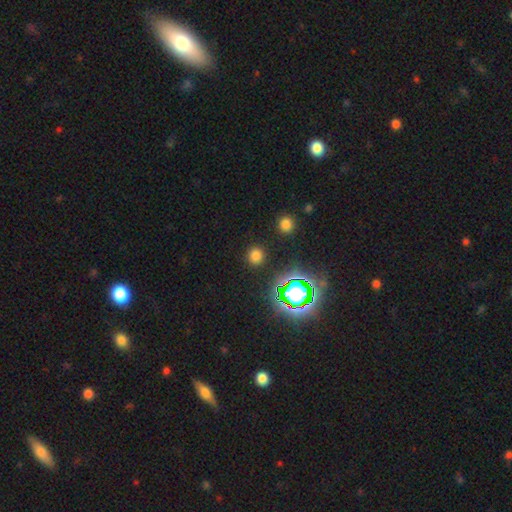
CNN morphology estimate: This is likely a smooth galaxy (69%). How rounded: clearly round (91%). Merging: clearly none (89%).